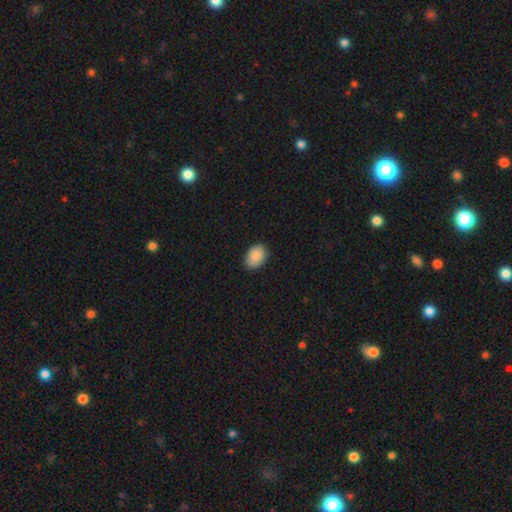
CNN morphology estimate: A smooth galaxy with no disk features (89%) that is in between round and cigar-shaped (83%).

Vote fractions:
- Smooth or featured? smooth: 89% / star or artifact: 7% / featured or disk: 4%
- How rounded? in between: 83% / round: 16% / cigar-shaped: 1%
- Merging? none: 83% / minor disturbance: 14% / major disturbance: 2% / merger: 1%